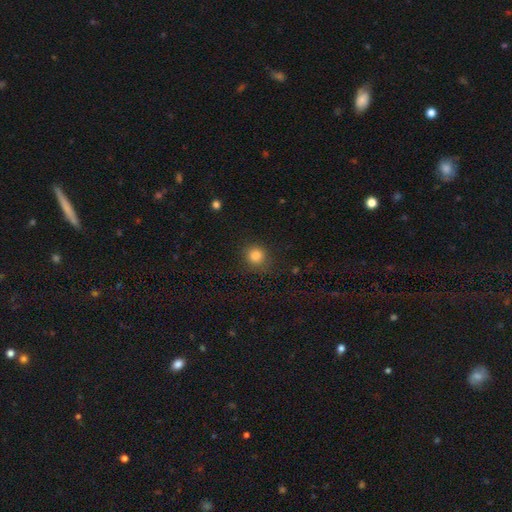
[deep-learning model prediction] This is clearly a smooth galaxy (84%). How rounded: clearly round (89%). Merging: clearly none (83%).